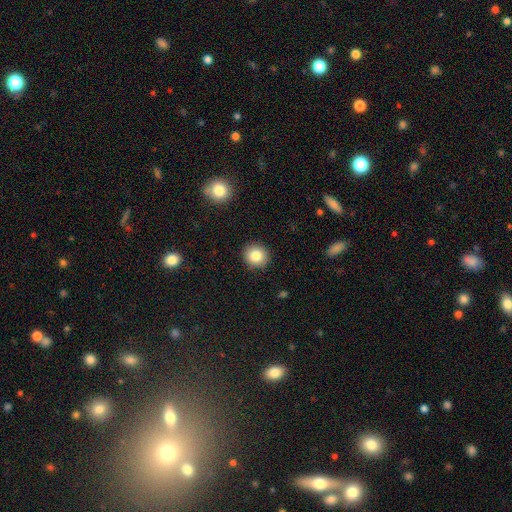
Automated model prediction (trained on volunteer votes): Smooth or featured?
  - smooth: 83% *
  - star or artifact: 10%
  - featured or disk: 7%
How rounded?
  - round: 87% *
  - in between: 12%
  - cigar-shaped: 1%
Merging?
  - none: 91% *
  - minor disturbance: 6%
  - major disturbance: 2%
  - merger: 1%